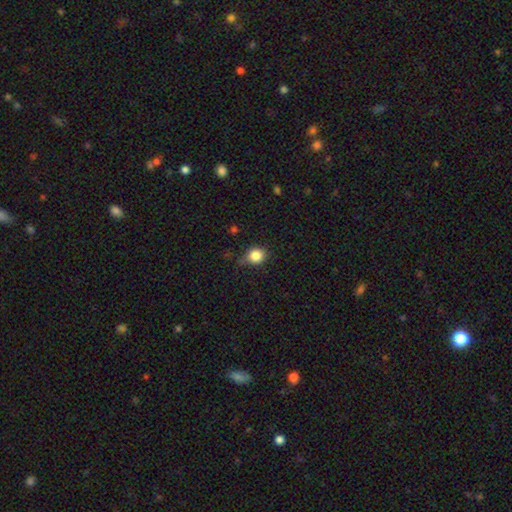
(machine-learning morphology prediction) type=smooth (84%); roundness=round (81%); merging=none (69%).